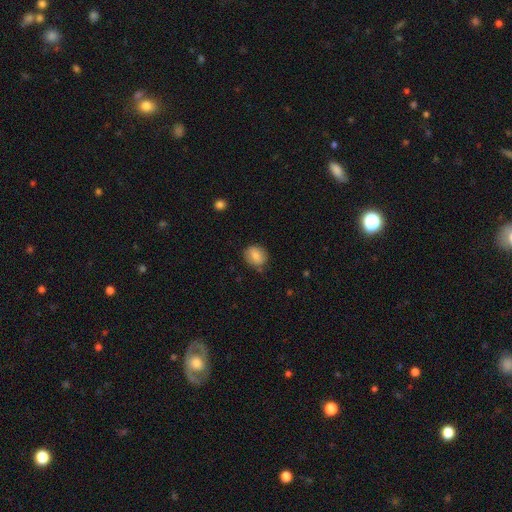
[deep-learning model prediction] This is clearly a smooth galaxy (82%). How rounded: likely round (65%). Merging: likely none (79%).